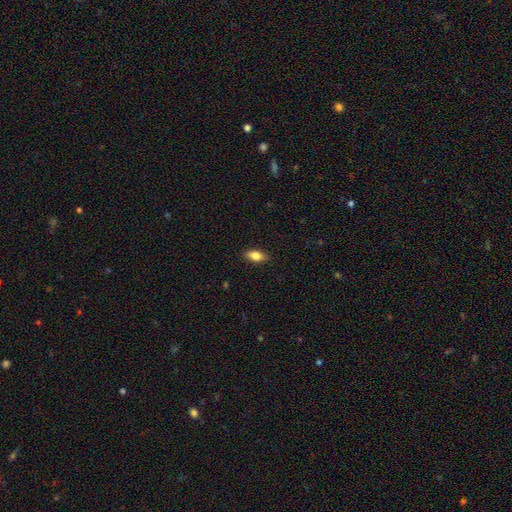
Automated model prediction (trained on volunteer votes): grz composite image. It shows a smooth galaxy with no disk features (76%) that is in between round and cigar-shaped (83%). Merging: none (88%).